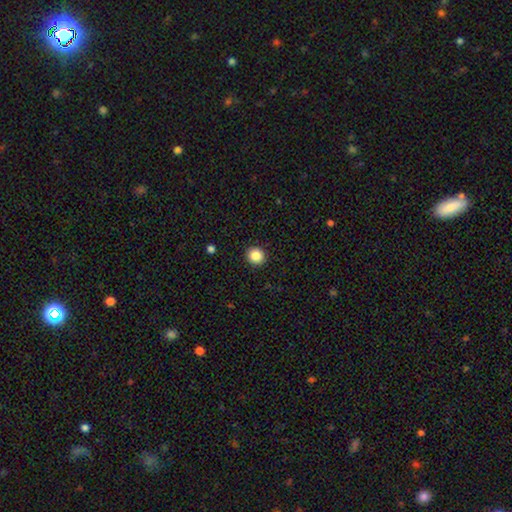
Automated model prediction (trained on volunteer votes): Smooth or featured: smooth — 86% (star or artifact — 10%)
How rounded: round — 90% (in between — 9%)
Merging: none — 92% (minor disturbance — 5%)